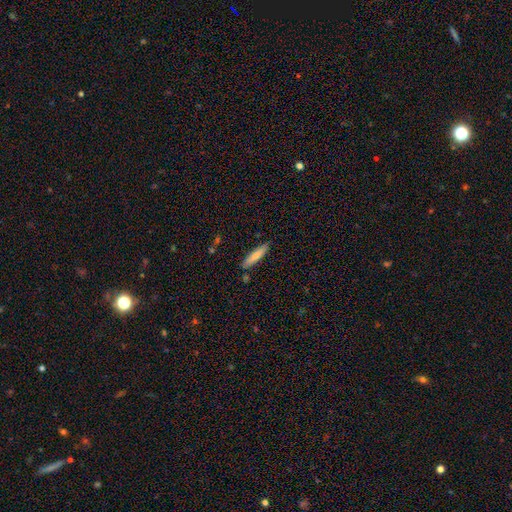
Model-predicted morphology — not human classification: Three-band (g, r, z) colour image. It shows a smooth galaxy with no disk features (71%) that is cigar-shaped (82%). Merging: none (85%).